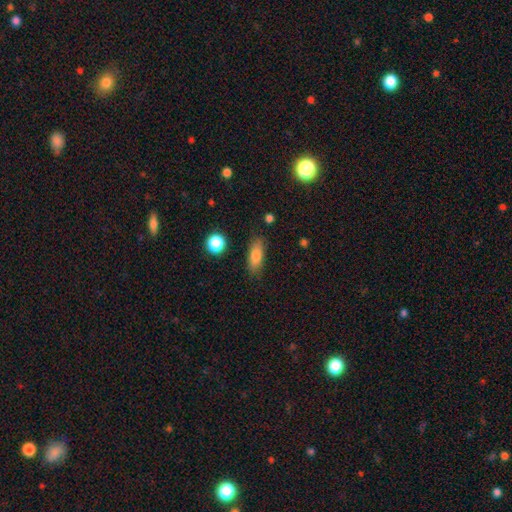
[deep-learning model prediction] smooth_or_featured: smooth (p=0.81) [alt: featured or disk p=0.11]
how_rounded: in between (p=0.68) [alt: cigar-shaped p=0.28]
merging: none (p=0.81) [alt: minor disturbance p=0.14]